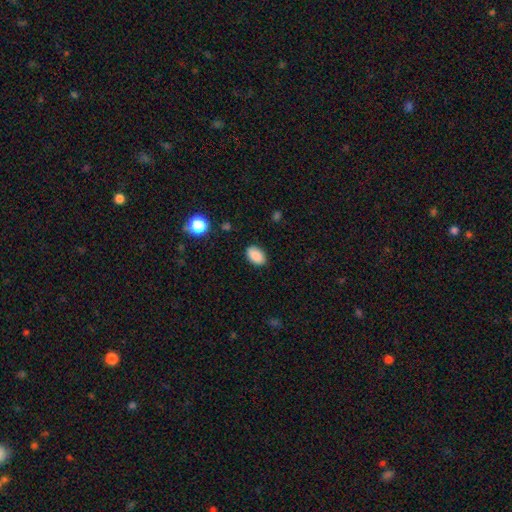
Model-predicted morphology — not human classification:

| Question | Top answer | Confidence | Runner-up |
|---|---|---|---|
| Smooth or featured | smooth | 88% | star or artifact (8%) |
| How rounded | in between | 89% | round (10%) |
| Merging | none | 85% | minor disturbance (12%) |